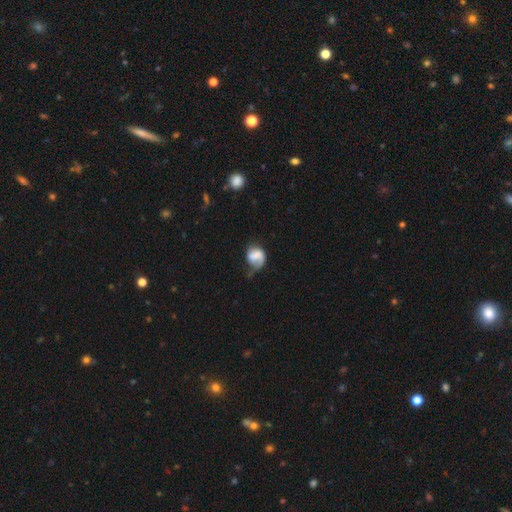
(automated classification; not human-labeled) The model was most divided on "merging": major disturbance: 37%, none: 31%, minor disturbance: 26%, merger: 5%. Remaining: smooth or featured — featured or disk (49%).